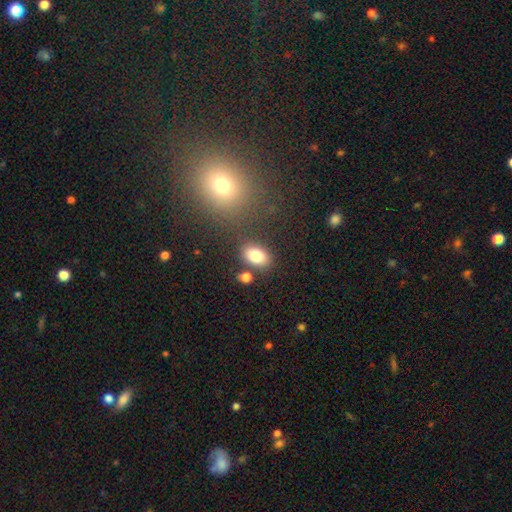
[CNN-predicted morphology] Smooth or featured: smooth — 81% (star or artifact — 10%)
How rounded: in between — 84% (round — 14%)
Merging: none — 76% (minor disturbance — 11%)